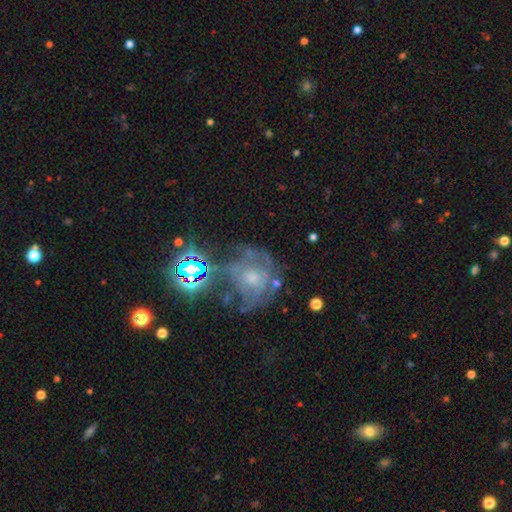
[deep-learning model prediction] smooth-or-featured: featured or disk: 51% | star or artifact: 34% | smooth: 15%
  disk-edge-on: no: 95% | yes: 5%
  merging: none: 63% | minor disturbance: 16% | major disturbance: 12% | merger: 9%